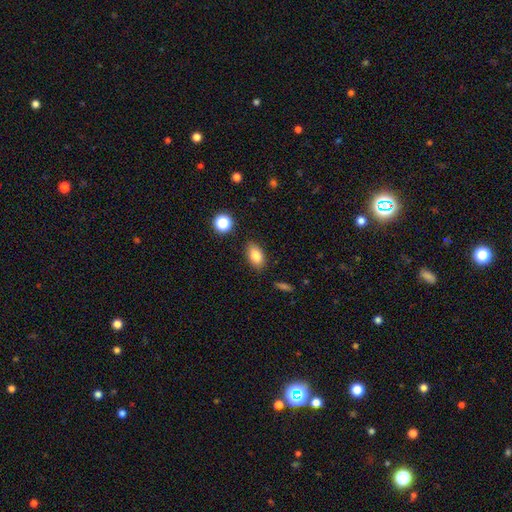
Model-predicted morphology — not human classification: A smooth galaxy with no disk features (84%) that is in between round and cigar-shaped (88%). Merging: none (84%).